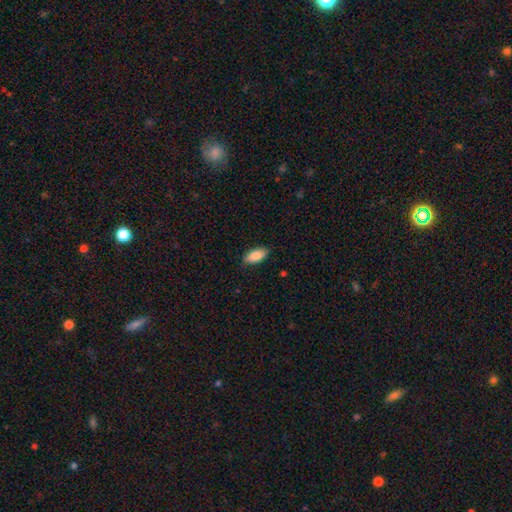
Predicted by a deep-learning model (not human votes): The model was most divided on "merging": none: 87%, minor disturbance: 10%, major disturbance: 2%, merger: 1%. More confident: how rounded — in between (89%); smooth or featured — smooth (86%).